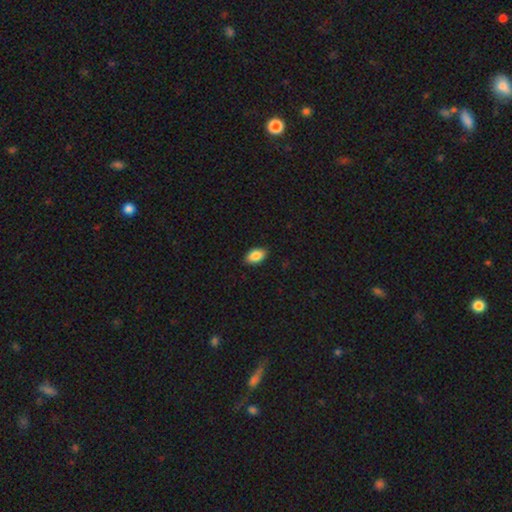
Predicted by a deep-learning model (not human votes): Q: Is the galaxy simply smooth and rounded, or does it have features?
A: smooth — 87%.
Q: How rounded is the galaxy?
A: in between — 92%.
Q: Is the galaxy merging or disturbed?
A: none — 89%.